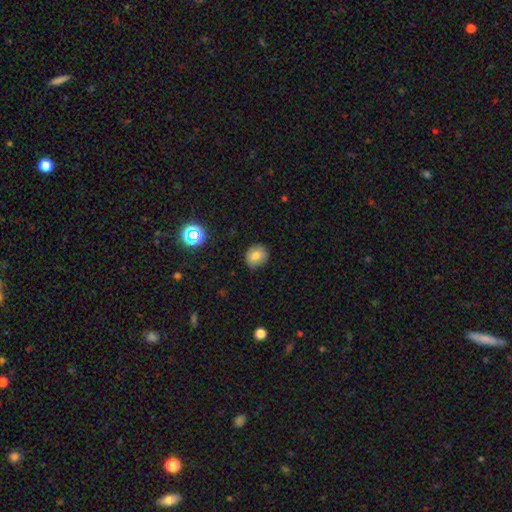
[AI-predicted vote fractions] A smooth galaxy with no disk features (79%) that is round (71%).

Vote fractions:
- Smooth or featured? smooth: 79% / star or artifact: 12% / featured or disk: 9%
- How rounded? round: 71% / in between: 28% / cigar-shaped: 1%
- Merging? none: 83% / minor disturbance: 13% / major disturbance: 2% / merger: 1%